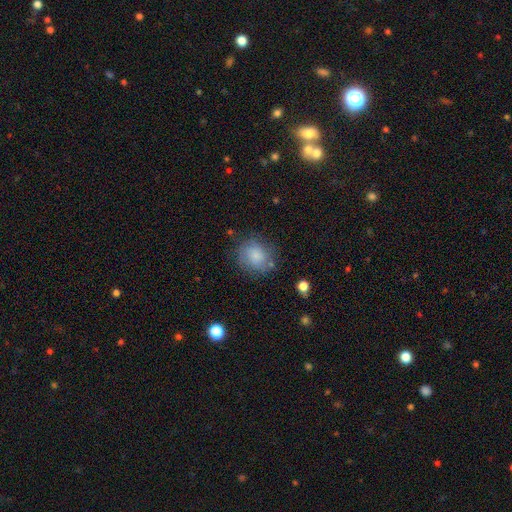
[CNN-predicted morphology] A smooth galaxy with no disk features (73%) that is round (75%). Merging: none (70%).